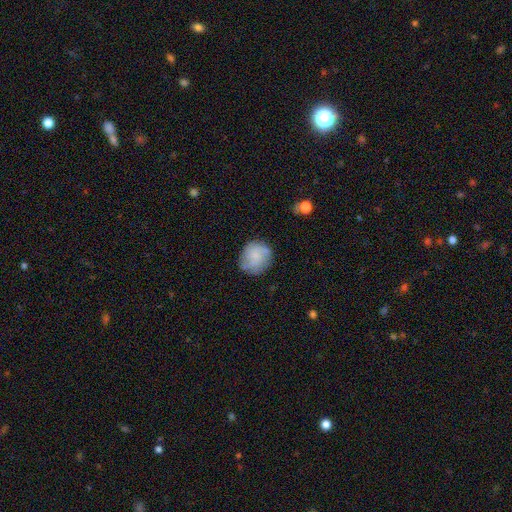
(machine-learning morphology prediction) A smooth galaxy with no disk features (63%) that is round (82%). Merging: none (68%).